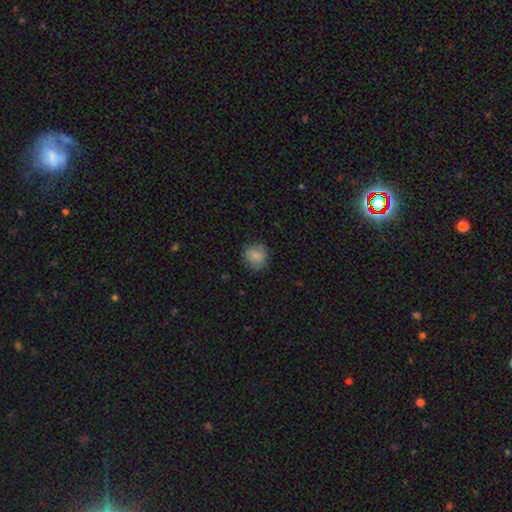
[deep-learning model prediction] Q: Smooth or featured?
A: smooth (82%); runner-up: featured or disk (10%)
Q: How rounded?
A: round (85%); runner-up: in between (14%)
Q: Merging?
A: none (79%); runner-up: minor disturbance (16%)